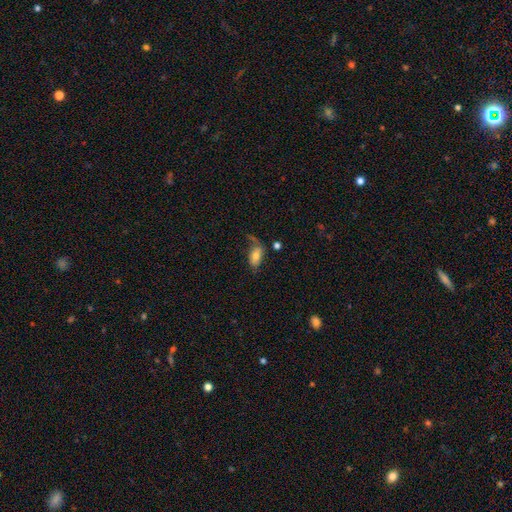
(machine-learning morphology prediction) Overall: smooth (72%). How rounded: in between (91%). Merging: none (48%; minor disturbance 26%).